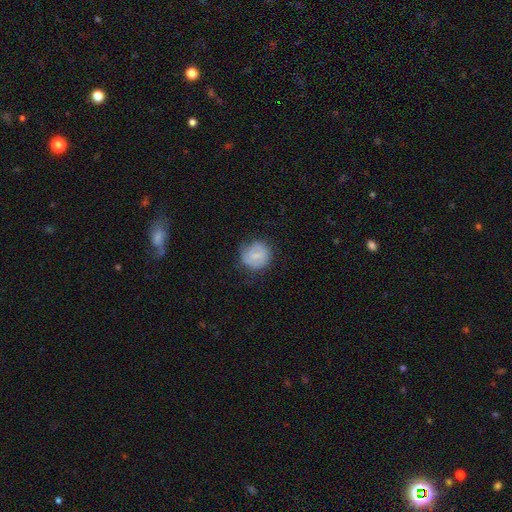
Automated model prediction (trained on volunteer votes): A smooth galaxy with no disk features (65%) that is round (87%).

Vote fractions:
- Smooth or featured? smooth: 65% / featured or disk: 27% / star or artifact: 7%
- How rounded? round: 87% / in between: 12% / cigar-shaped: 1%
- Merging? none: 67% / minor disturbance: 23% / major disturbance: 8% / merger: 1%